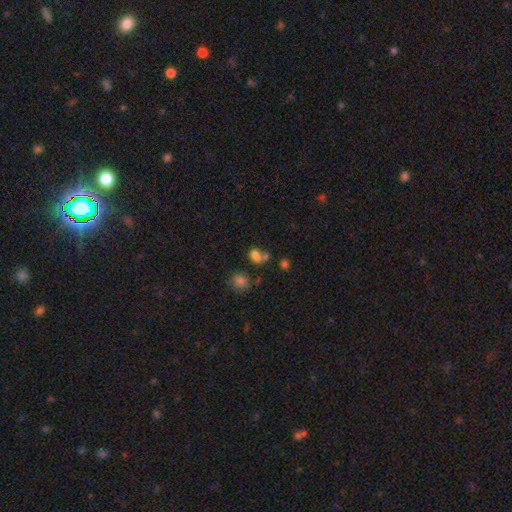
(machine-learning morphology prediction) smooth 73%, star or artifact 17%, featured or disk 10%. Down the decision tree: how rounded — in between (51%); merging — merger (42%).